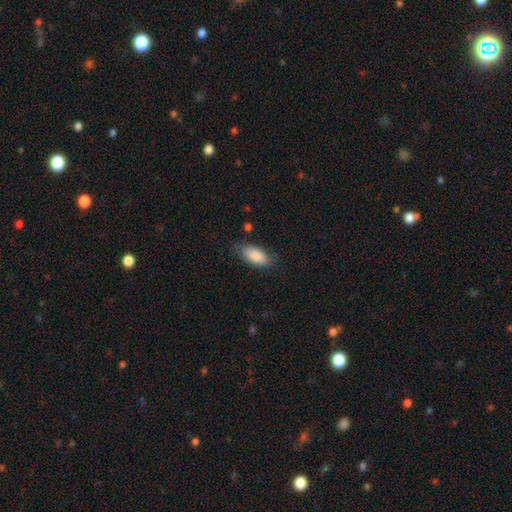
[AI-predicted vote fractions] This is clearly a smooth galaxy (85%). How rounded: clearly in between (91%). Merging: likely none (77%).